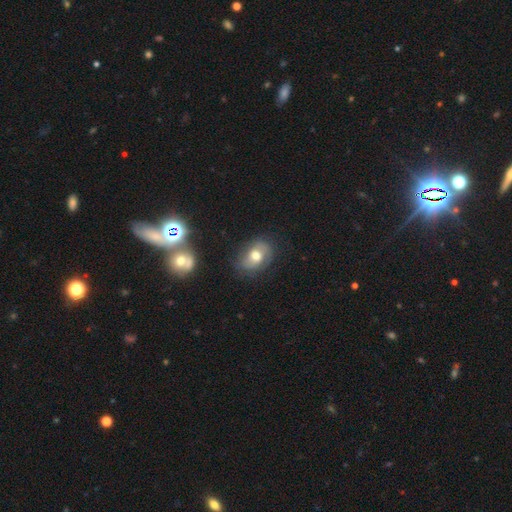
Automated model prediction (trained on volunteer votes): Smooth or featured: smooth — 52% (featured or disk — 38%)
How rounded: in between — 72% (round — 26%)
Merging: none — 65% (minor disturbance — 23%)